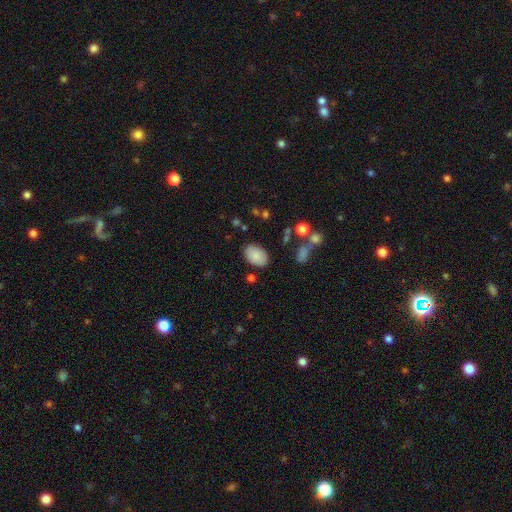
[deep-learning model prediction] This is clearly a smooth galaxy (84%). How rounded: clearly in between (90%). Merging: clearly none (85%).